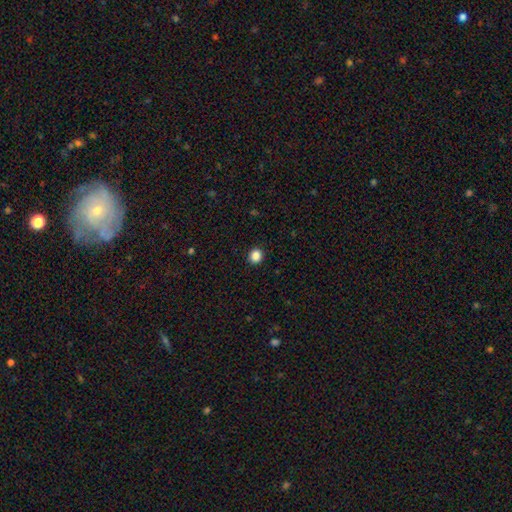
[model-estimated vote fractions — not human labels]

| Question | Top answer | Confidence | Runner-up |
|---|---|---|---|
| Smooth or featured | smooth | 86% | star or artifact (11%) |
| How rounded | round | 83% | in between (16%) |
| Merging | none | 92% | minor disturbance (5%) |